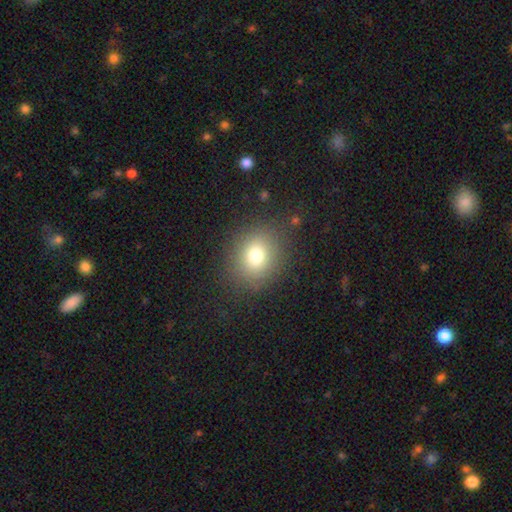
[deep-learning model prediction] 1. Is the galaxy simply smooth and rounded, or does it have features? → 75% smooth, 15% star or artifact, 11% featured or disk.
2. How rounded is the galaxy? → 73% round, 26% in between, 1% cigar-shaped.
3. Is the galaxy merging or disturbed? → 85% none, 9% minor disturbance, 5% major disturbance, 1% merger.